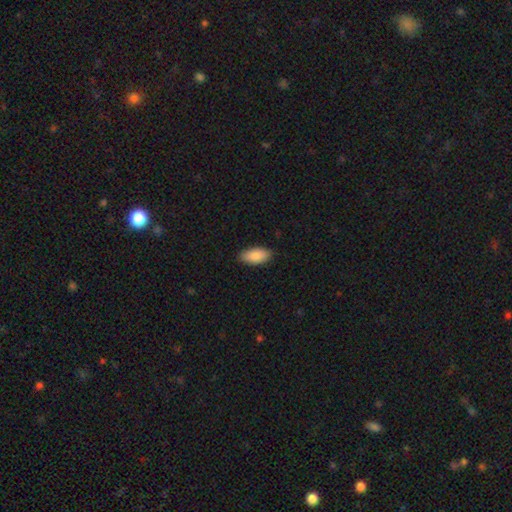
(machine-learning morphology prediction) A smooth galaxy with no disk features (88%) that is in between round and cigar-shaped (92%). Merging: none (87%).